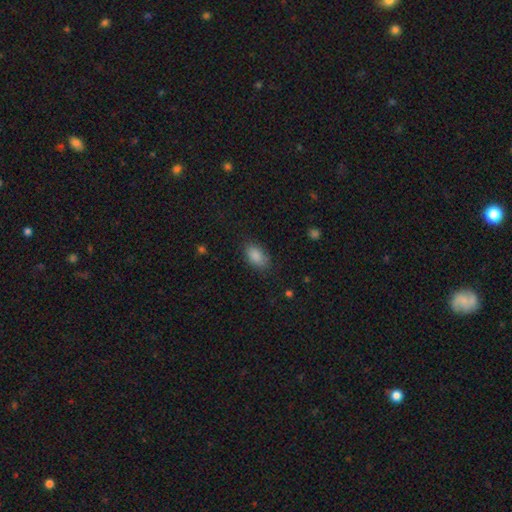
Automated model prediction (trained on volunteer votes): smooth 88%, star or artifact 8%, featured or disk 5%. Down the decision tree: how rounded — in between (91%); merging — none (80%).